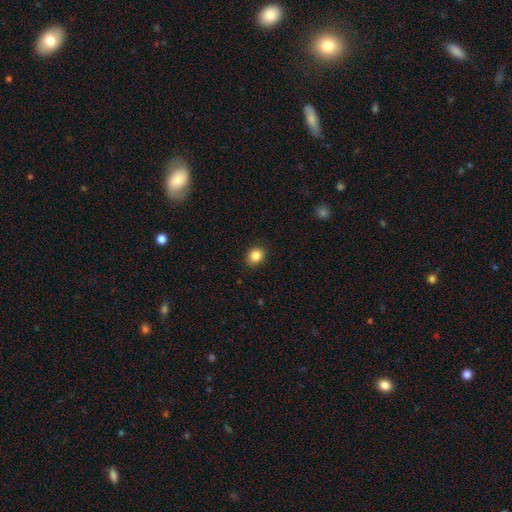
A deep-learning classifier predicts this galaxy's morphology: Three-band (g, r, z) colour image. It shows a smooth galaxy with no disk features (86%) that is round (62%). Merging: none (90%).